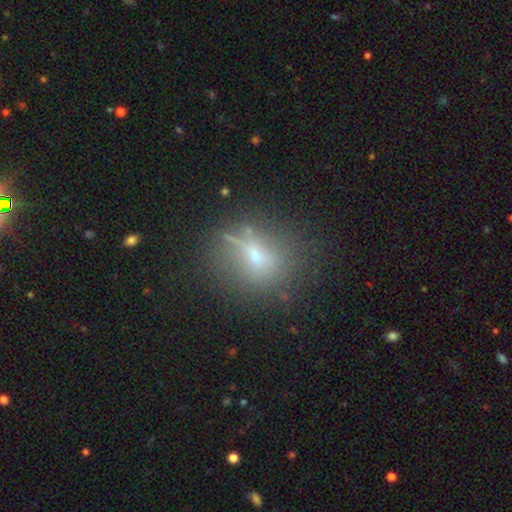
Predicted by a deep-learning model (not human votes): Smooth or featured? Predicted: smooth (p=0.48). Merging? Predicted: none (p=0.68).